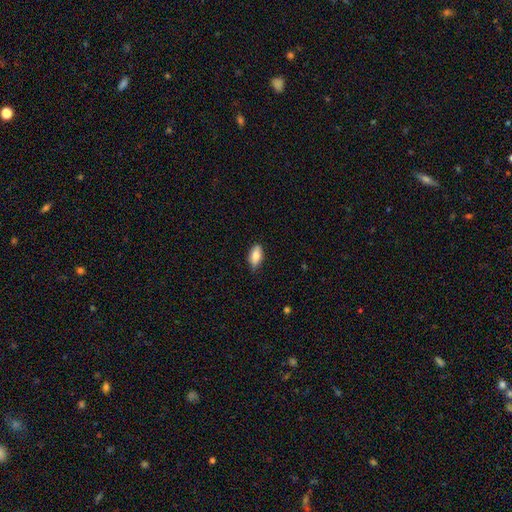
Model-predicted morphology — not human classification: type=smooth (78%); roundness=in between (85%); merging=none (79%).